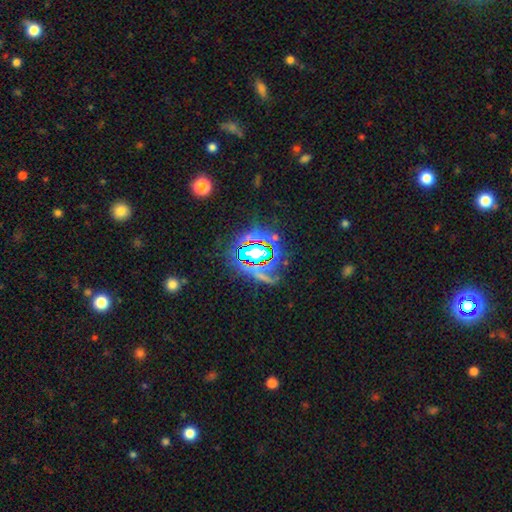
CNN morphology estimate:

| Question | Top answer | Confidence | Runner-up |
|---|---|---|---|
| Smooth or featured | star or artifact | 67% | featured or disk (17%) |